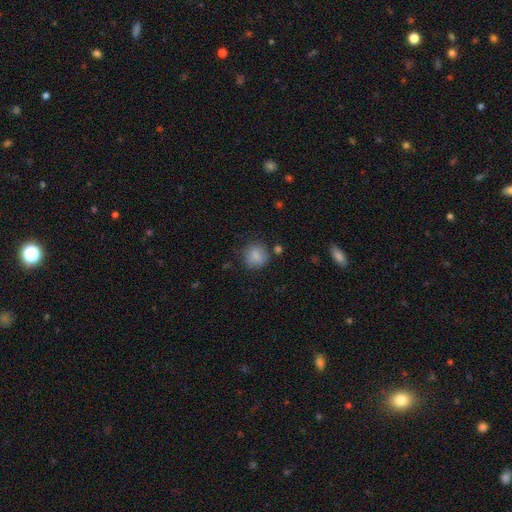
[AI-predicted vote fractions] Morphology: type=smooth (82%); roundness=round (83%); merging=none (74%).